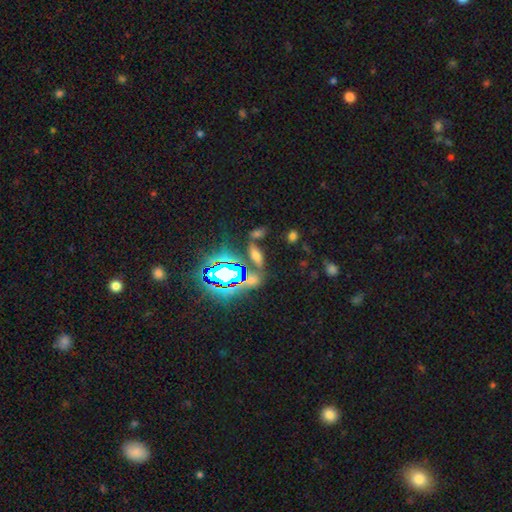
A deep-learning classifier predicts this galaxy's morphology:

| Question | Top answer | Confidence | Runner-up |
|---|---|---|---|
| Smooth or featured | smooth | 47% | star or artifact (38%) |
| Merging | none | 68% | minor disturbance (13%) |